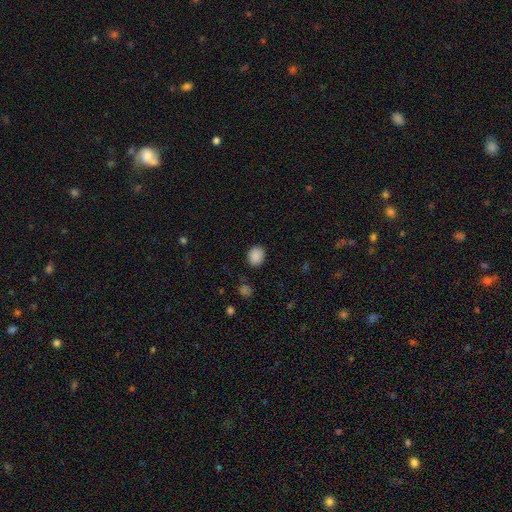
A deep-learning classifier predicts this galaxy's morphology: A smooth galaxy with no disk features (87%) that is round (60%). Merging: none (83%).